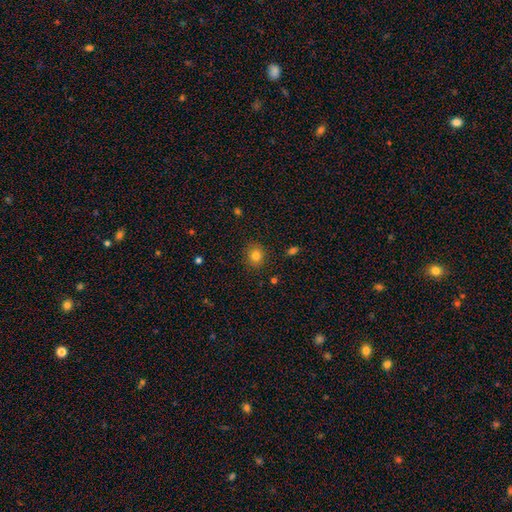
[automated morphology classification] Q: Smooth or featured?
A: smooth (82%); runner-up: star or artifact (12%)
Q: How rounded?
A: round (80%); runner-up: in between (19%)
Q: Merging?
A: none (88%); runner-up: minor disturbance (9%)